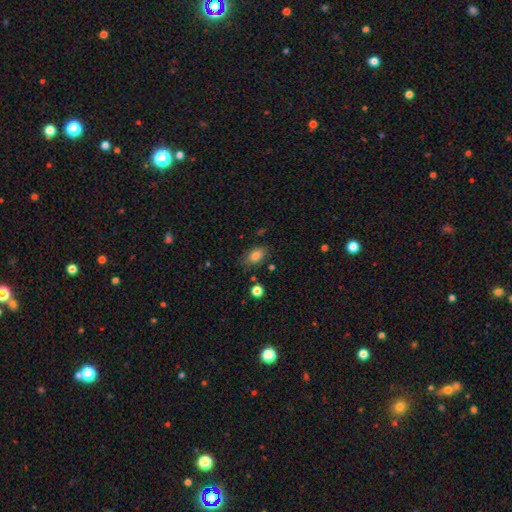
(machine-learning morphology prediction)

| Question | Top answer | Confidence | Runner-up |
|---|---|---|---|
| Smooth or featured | smooth | 82% | star or artifact (9%) |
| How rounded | in between | 87% | round (10%) |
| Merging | none | 75% | minor disturbance (17%) |